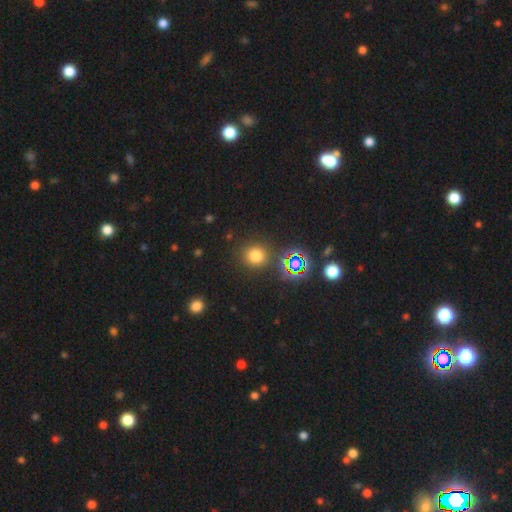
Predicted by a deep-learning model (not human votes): This is likely a smooth galaxy (70%). How rounded: clearly round (88%). Merging: clearly none (85%).